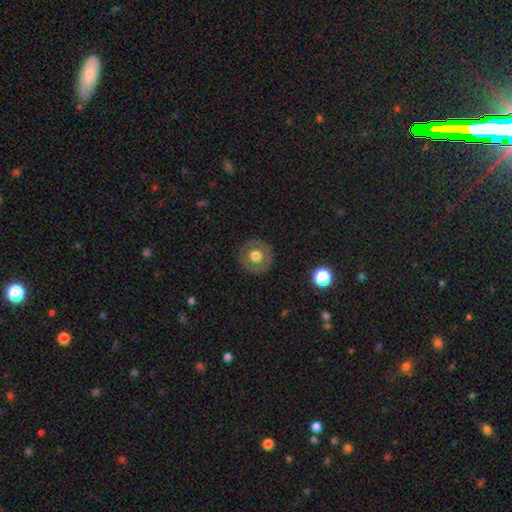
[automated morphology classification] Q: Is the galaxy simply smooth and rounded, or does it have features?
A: smooth — 57%.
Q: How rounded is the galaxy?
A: round — 91%.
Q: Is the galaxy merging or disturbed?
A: none — 86%.